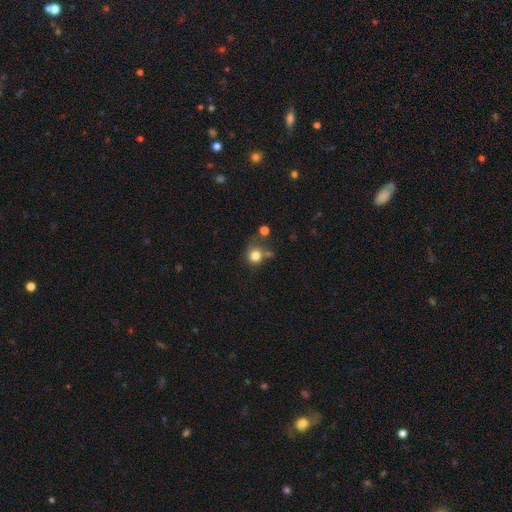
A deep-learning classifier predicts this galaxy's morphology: Smooth or featured? Predicted: smooth (p=0.80). How rounded? Predicted: round (p=0.85). Merging? Predicted: none (p=0.50).